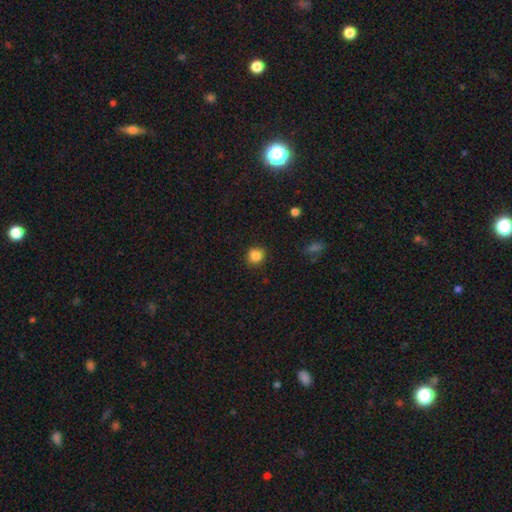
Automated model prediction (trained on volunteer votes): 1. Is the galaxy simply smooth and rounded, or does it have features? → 85% smooth, 11% star or artifact, 4% featured or disk.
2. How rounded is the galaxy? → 86% round, 13% in between, 1% cigar-shaped.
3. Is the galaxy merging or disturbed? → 86% none, 10% minor disturbance, 2% major disturbance, 1% merger.